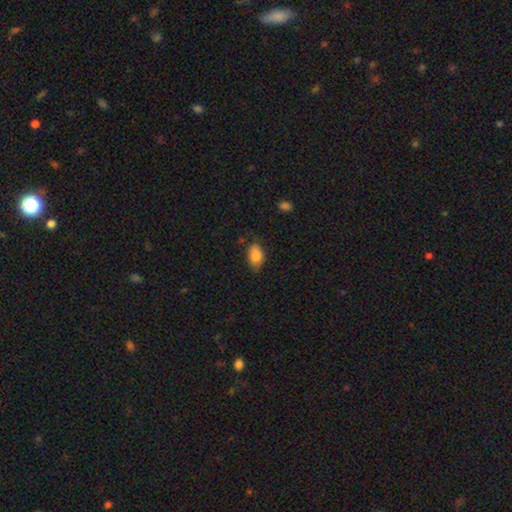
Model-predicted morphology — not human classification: Smooth or featured? Predicted: smooth (p=0.84). How rounded? Predicted: in between (p=0.89). Merging? Predicted: none (p=0.75).